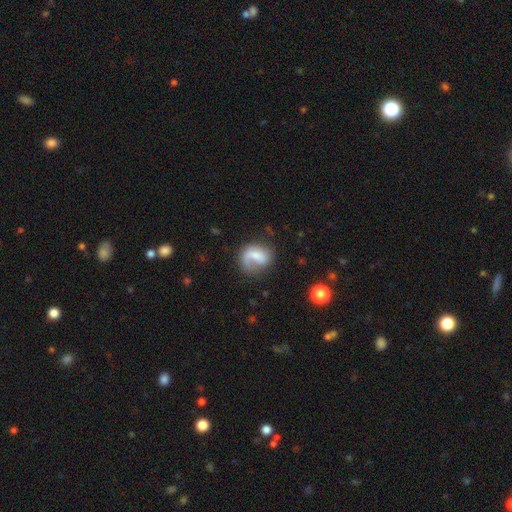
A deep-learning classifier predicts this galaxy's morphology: The model was most divided on "bar": no: 45%, weak: 40%, strong: 14%. Remaining: edge-on disk — no (97%); spiral arms — yes (81%); smooth or featured — featured or disk (51%); merging — none (46%); bulge size — none (34%).